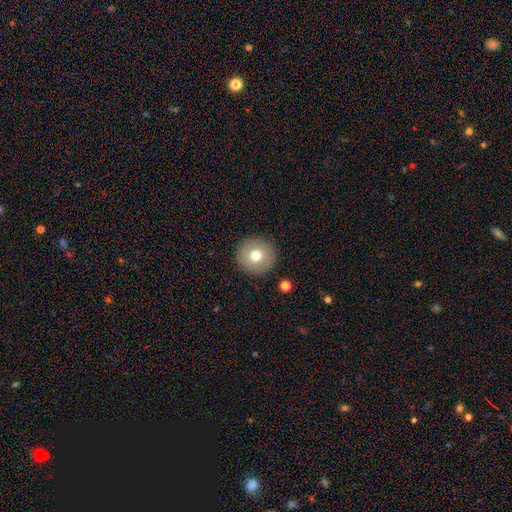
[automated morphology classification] Smooth or featured? smooth (71%)
How rounded? round (95%)
Merging? none (91%)